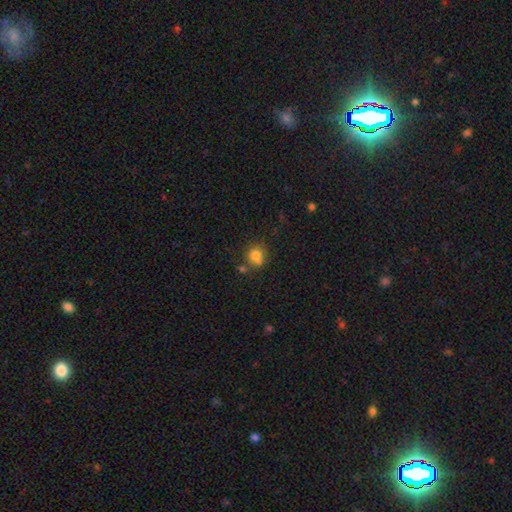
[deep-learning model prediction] smooth_or_featured: smooth (p=0.77) [alt: star or artifact p=0.12]
how_rounded: round (p=0.74) [alt: in between p=0.25]
merging: none (p=0.53) [alt: merger p=0.22]